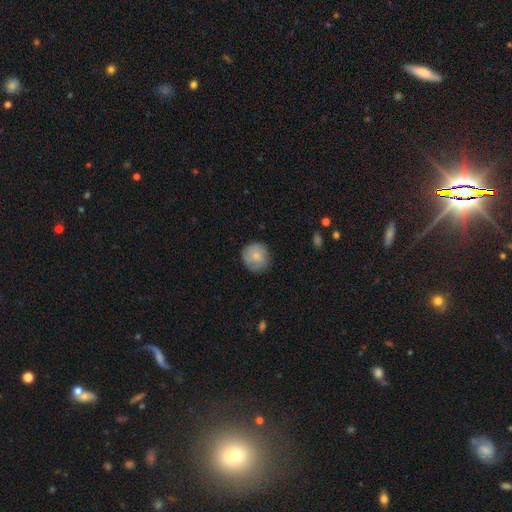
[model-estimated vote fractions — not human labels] smooth-or-featured: smooth: 75% | featured or disk: 18% | star or artifact: 7%
  how-rounded: round: 90% | in between: 9% | cigar-shaped: 1%
  merging: none: 78% | minor disturbance: 17% | major disturbance: 4% | merger: 1%